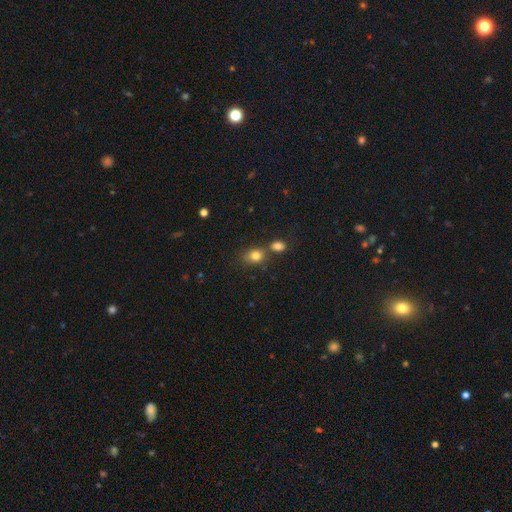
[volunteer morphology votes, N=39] Smooth or featured?
  - smooth: 82% *
  - star or artifact: 10%
  - featured or disk: 8%
How rounded?
  - in between: 59% *
  - round: 41%
  - cigar-shaped: 0%
Merging?
  - none: 63% *
  - merger: 29%
  - minor disturbance: 9%
  - major disturbance: 0%